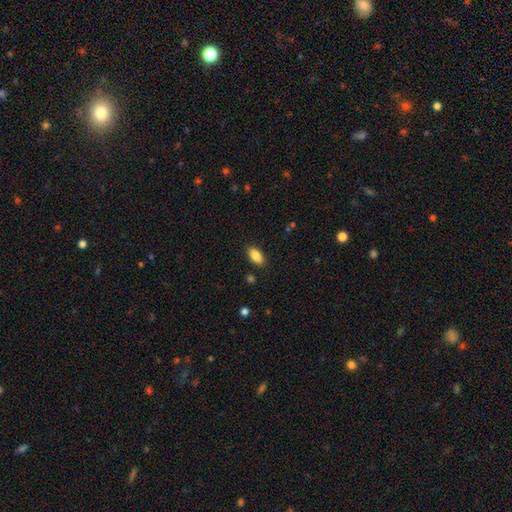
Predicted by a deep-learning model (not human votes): A smooth galaxy with no disk features (86%) that is in between round and cigar-shaped (89%). Merging: none (86%).